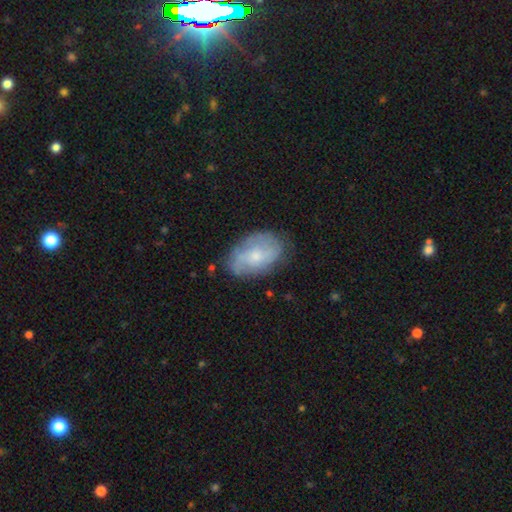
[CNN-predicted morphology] A featured or disk galaxy (55%) with no bar (69%), spiral arms (76%) and a small central bulge (55%). Merging: none (70%).